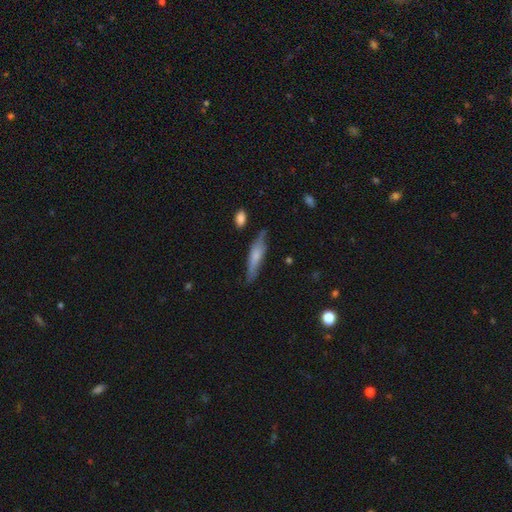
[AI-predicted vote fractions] The model was most divided on "smooth or featured": smooth: 61%, featured or disk: 32%, star or artifact: 6%. More confident: how rounded — cigar-shaped (79%); merging — none (68%).